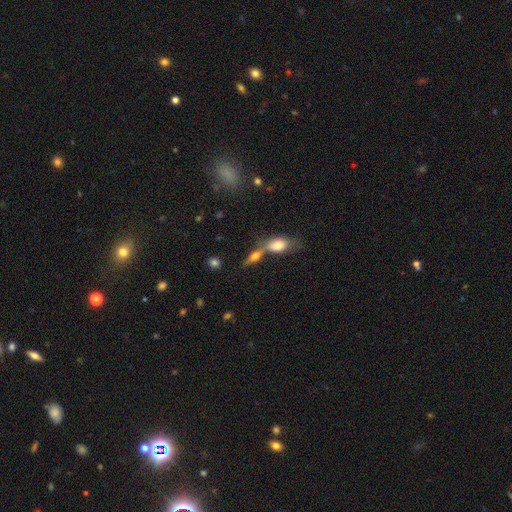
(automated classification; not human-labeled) The model was most divided on "merging": merger: 44%, none: 42%, minor disturbance: 9%, major disturbance: 5%. More confident: how rounded — in between (64%); smooth or featured — smooth (62%).